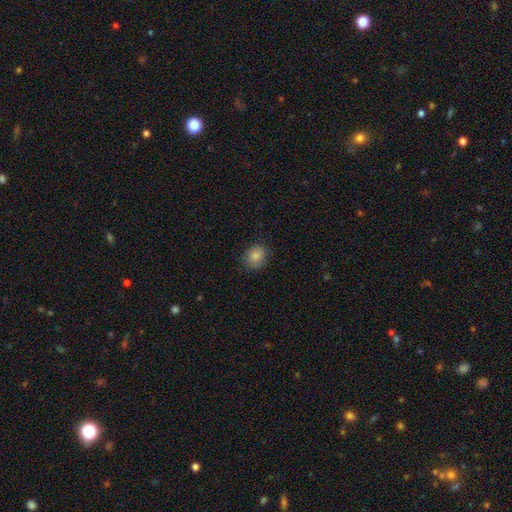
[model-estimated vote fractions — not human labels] A smooth galaxy with no disk features (83%) that is round (64%). Merging: none (81%).